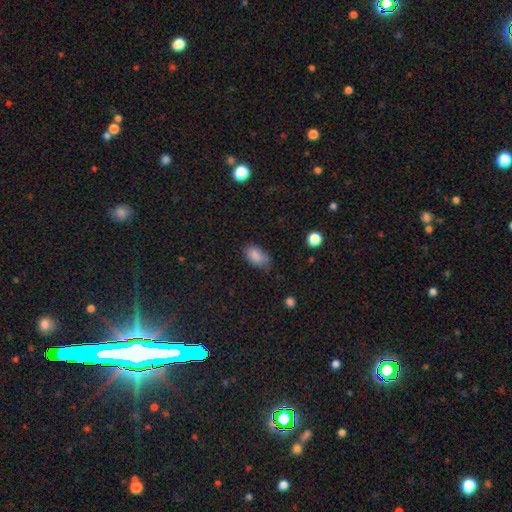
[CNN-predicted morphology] type=smooth (86%); roundness=in between (92%); merging=none (64%).